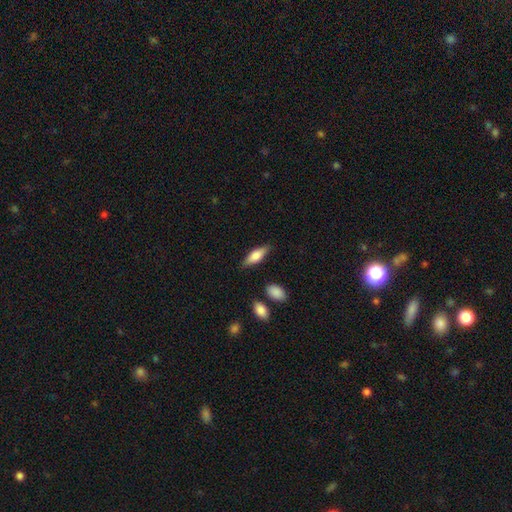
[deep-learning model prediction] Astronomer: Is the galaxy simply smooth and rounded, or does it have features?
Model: smooth — 67%.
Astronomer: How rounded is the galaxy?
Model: in between — 60% (runner-up: cigar-shaped, 38%).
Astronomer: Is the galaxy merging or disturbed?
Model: none — 83%.